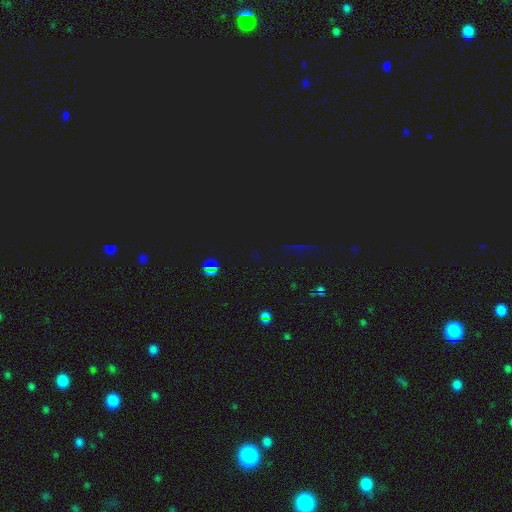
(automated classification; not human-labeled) Overall: star or artifact (82%).